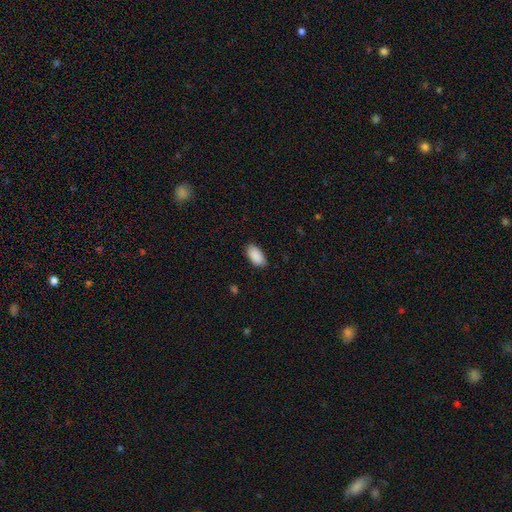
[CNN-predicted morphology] smooth 91%, star or artifact 6%, featured or disk 3%. Down the decision tree: how rounded — in between (95%); merging — none (86%).